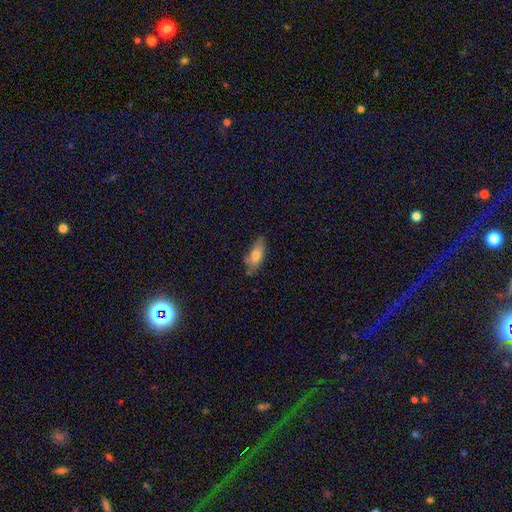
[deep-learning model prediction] Smooth or featured? smooth (69%)
How rounded? in between (70%)
Merging? none (69%)